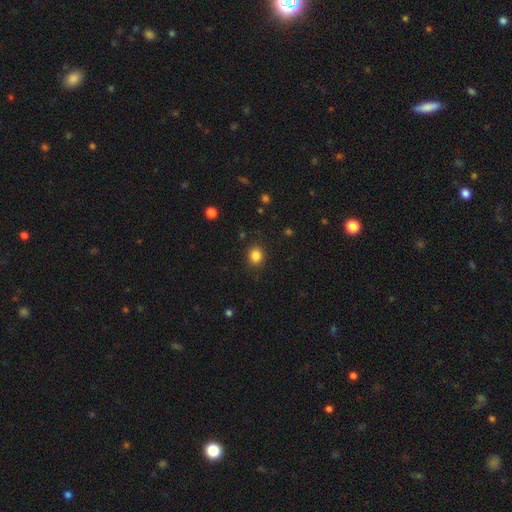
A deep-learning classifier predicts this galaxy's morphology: smooth-or-featured: smooth: 85% | star or artifact: 11% | featured or disk: 4%
  how-rounded: round: 70% | in between: 30% | cigar-shaped: 1%
  merging: none: 89% | minor disturbance: 8% | major disturbance: 3% | merger: 1%